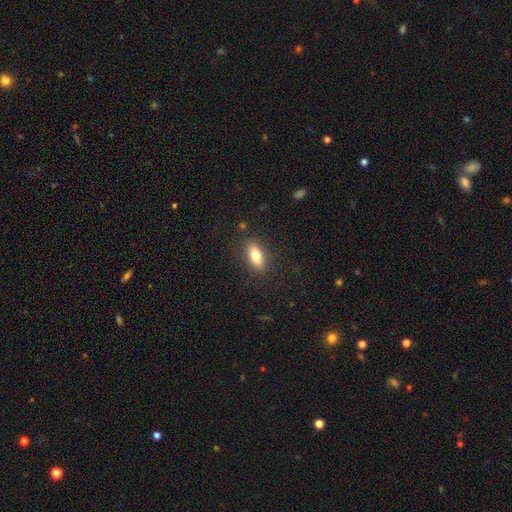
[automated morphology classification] This appears to be a smooth galaxy with no disk features (78%) that is in between round and cigar-shaped (80%). Merging: none (86%).